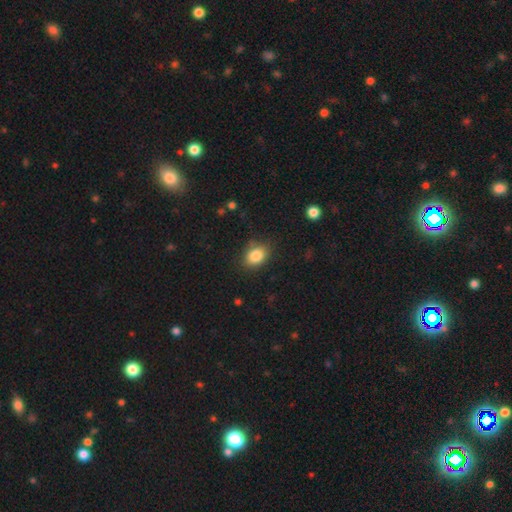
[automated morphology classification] A smooth galaxy with no disk features (85%) that is in between round and cigar-shaped (70%).

Vote fractions:
- Smooth or featured? smooth: 85% / star or artifact: 9% / featured or disk: 6%
- How rounded? in between: 70% / round: 29% / cigar-shaped: 1%
- Merging? none: 81% / minor disturbance: 13% / major disturbance: 3% / merger: 2%